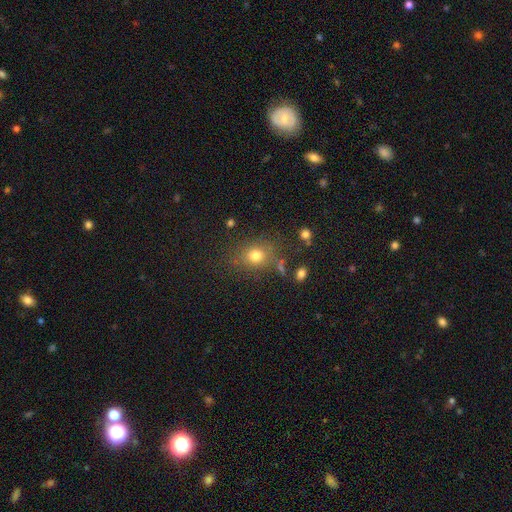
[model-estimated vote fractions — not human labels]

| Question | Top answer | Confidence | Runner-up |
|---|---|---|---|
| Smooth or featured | smooth | 76% | star or artifact (15%) |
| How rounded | round | 69% | in between (30%) |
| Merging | none | 76% | minor disturbance (13%) |